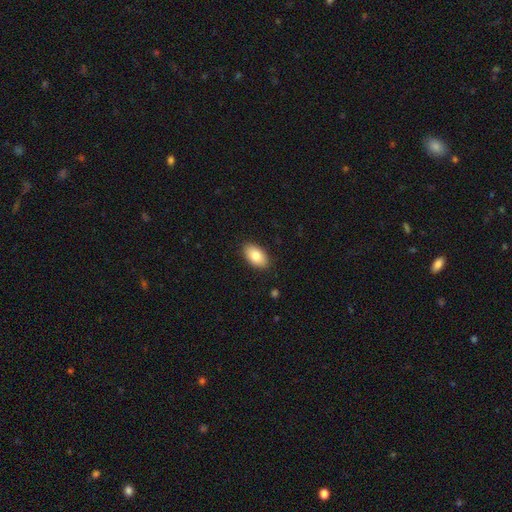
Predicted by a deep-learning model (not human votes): smooth_or_featured: smooth (p=0.82) [alt: featured or disk p=0.11]
how_rounded: in between (p=0.94) [alt: round p=0.04]
merging: none (p=0.88) [alt: minor disturbance p=0.09]